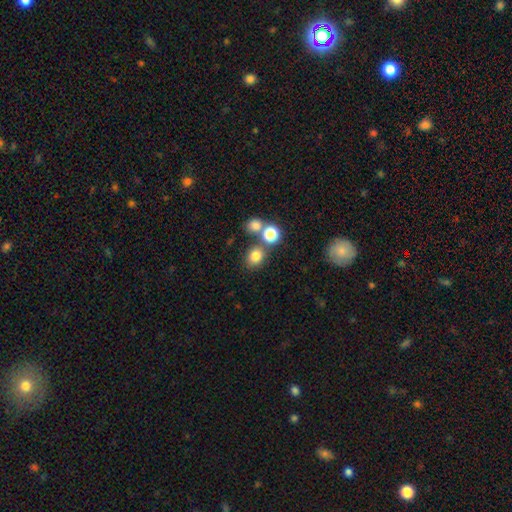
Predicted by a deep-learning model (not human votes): Smooth or featured? Predicted: smooth (p=0.78). How rounded? Predicted: round (p=0.62). Merging? Predicted: none (p=0.68).